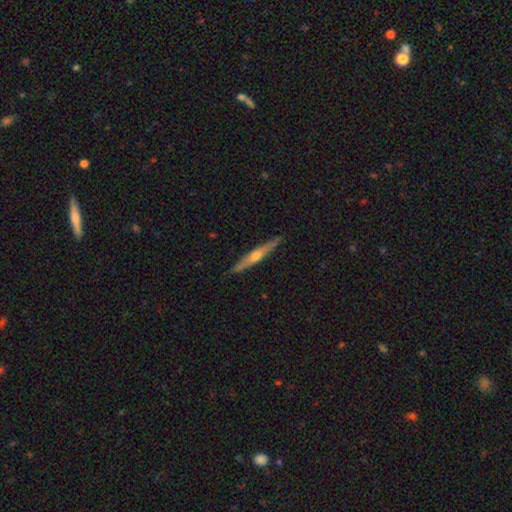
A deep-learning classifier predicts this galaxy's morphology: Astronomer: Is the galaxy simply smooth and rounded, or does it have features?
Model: featured or disk — 70%.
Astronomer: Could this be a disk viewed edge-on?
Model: yes — 97%.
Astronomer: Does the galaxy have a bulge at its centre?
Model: rounded — 87%.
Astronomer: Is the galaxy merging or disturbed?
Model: none — 91%.